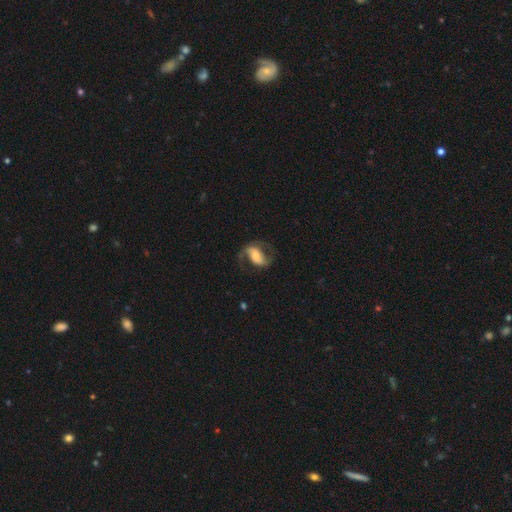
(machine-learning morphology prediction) A featured or disk galaxy (75%) with a strong bar (38%), 2 (88%) medium (44%) spiral arms (91%) and a moderate central bulge (49%).

Vote fractions:
- Smooth or featured? featured or disk: 75% / smooth: 19% / star or artifact: 6%
- Edge-on disk? no: 96% / yes: 4%
- Bar? strong: 38% / weak: 35% / no: 27%
- Spiral arms? yes: 91% / no: 9%
- Spiral winding? medium: 44% / loose: 43% / tight: 12%
- Spiral arm count? 2: 88% / 1: 6% / can't tell: 4% / 3: 1% / 4: 1% / more than 4: 1%
- Bulge size? moderate: 49% / small: 26% / large: 18% / none: 4% / dominant: 3%
- Merging? none: 67% / minor disturbance: 16% / major disturbance: 15% / merger: 1%